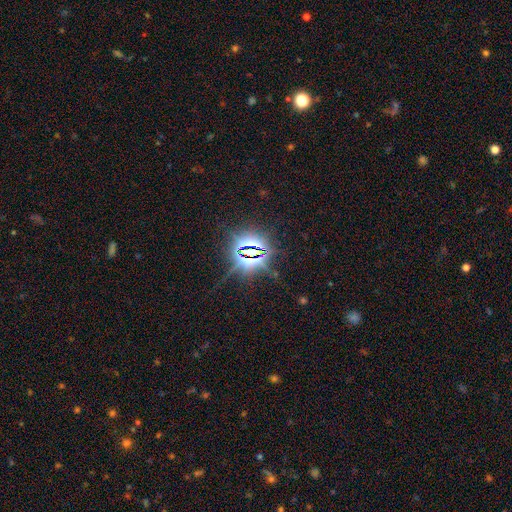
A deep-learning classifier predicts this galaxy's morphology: Smooth or featured: star or artifact — 82% (smooth — 10%)